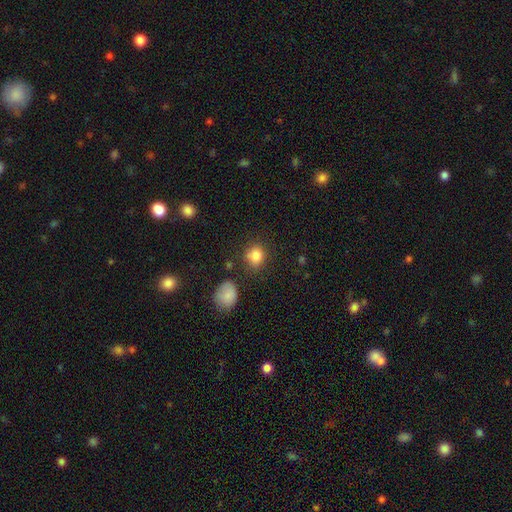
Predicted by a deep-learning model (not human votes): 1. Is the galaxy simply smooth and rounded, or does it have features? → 82% smooth, 11% star or artifact, 6% featured or disk.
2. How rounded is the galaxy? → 71% round, 28% in between, 1% cigar-shaped.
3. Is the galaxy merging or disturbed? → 71% none, 17% minor disturbance, 7% merger, 5% major disturbance.